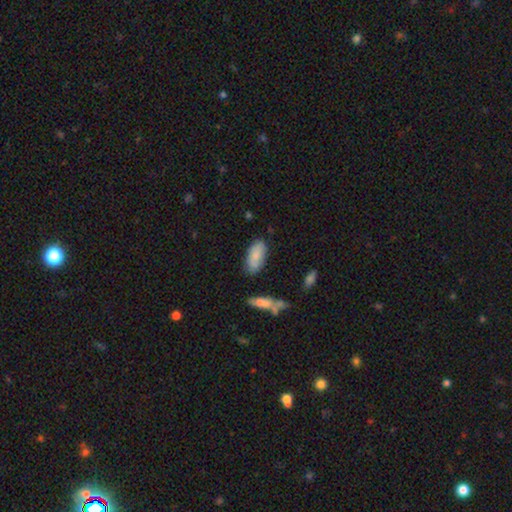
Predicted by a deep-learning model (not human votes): Smooth or featured? smooth (83%)
How rounded? in between (88%)
Merging? none (75%)